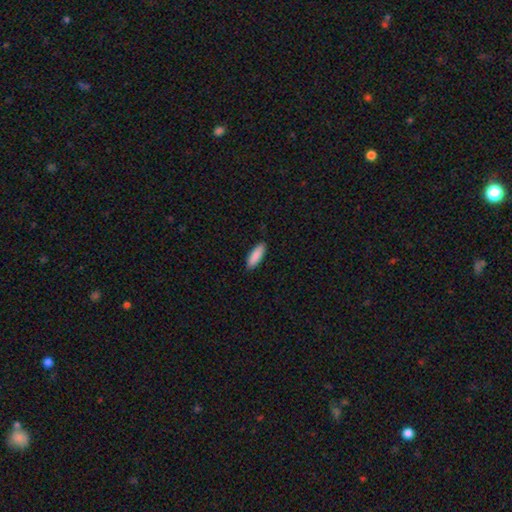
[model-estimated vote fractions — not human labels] Smooth or featured? Predicted: smooth (p=0.90). How rounded? Predicted: in between (p=0.55). Merging? Predicted: none (p=0.89).